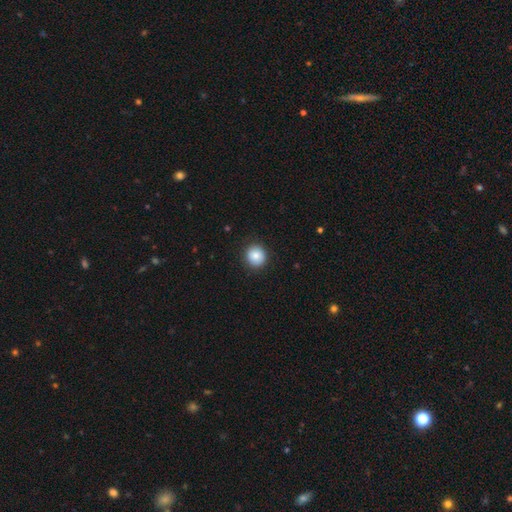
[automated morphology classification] Overall: smooth (85%). How rounded: round (91%). Merging: none (90%).